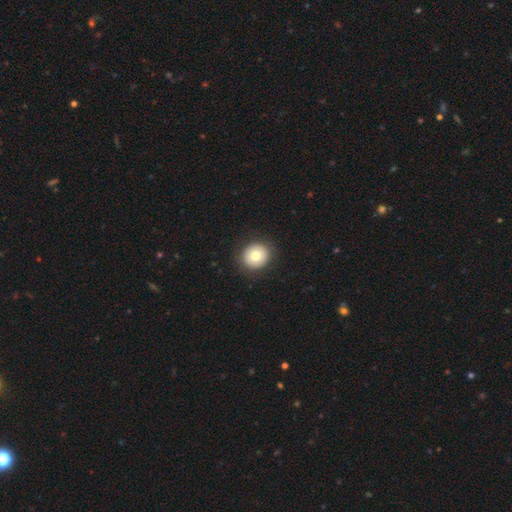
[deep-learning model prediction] This appears to be a smooth galaxy with no disk features (75%) that is round (87%). Merging: none (90%).